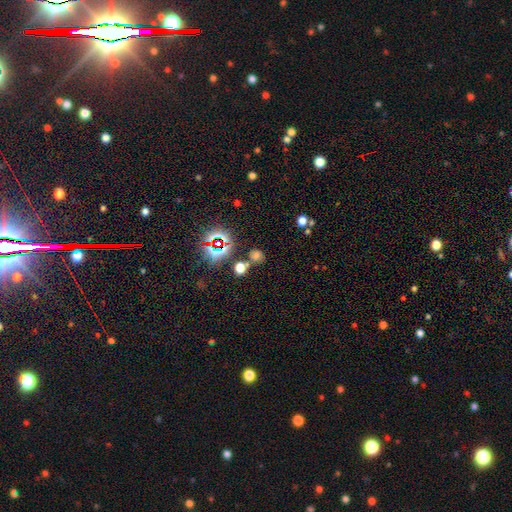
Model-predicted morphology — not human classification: This appears to be a star or artifact, not a galaxy (51%).